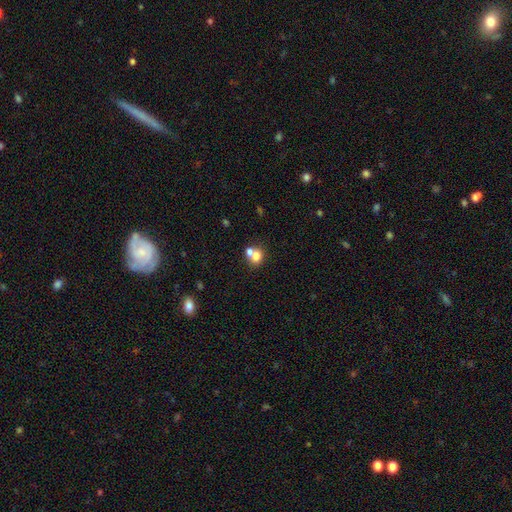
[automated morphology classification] Smooth or featured: smooth — 73% (featured or disk — 15%)
How rounded: round — 61% (in between — 38%)
Merging: merger — 52% (none — 37%)